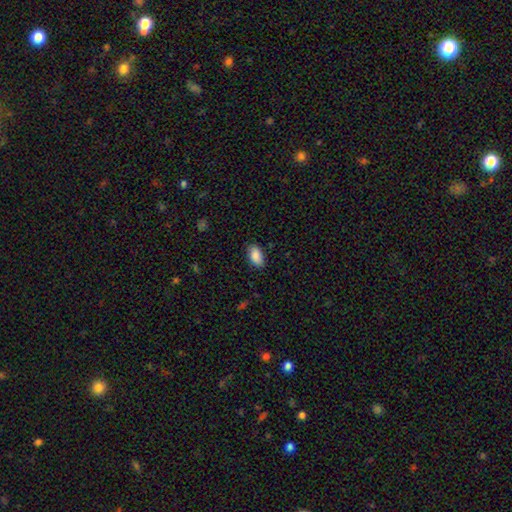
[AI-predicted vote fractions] The model was most divided on "merging": none: 84%, minor disturbance: 13%, major disturbance: 3%, merger: 1%. More confident: how rounded — in between (94%); smooth or featured — smooth (89%).